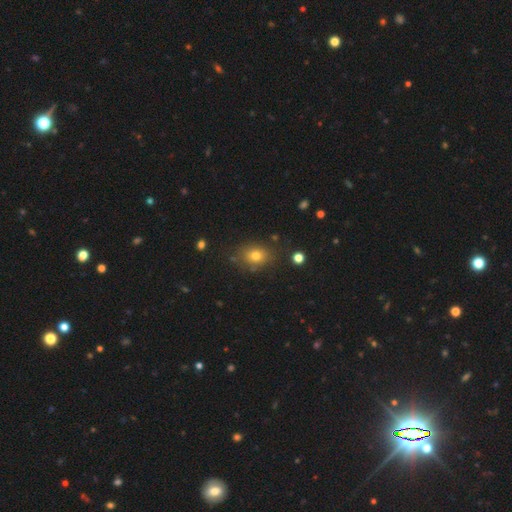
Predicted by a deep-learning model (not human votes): Morphology: type=smooth (76%); roundness=in between (53%); merging=none (78%).